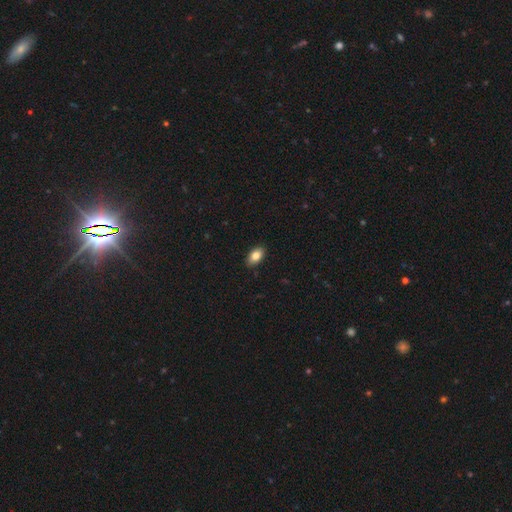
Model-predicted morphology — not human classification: The model was most divided on "smooth or featured": smooth: 83%, featured or disk: 10%, star or artifact: 8%. More confident: how rounded — in between (91%); merging — none (89%).